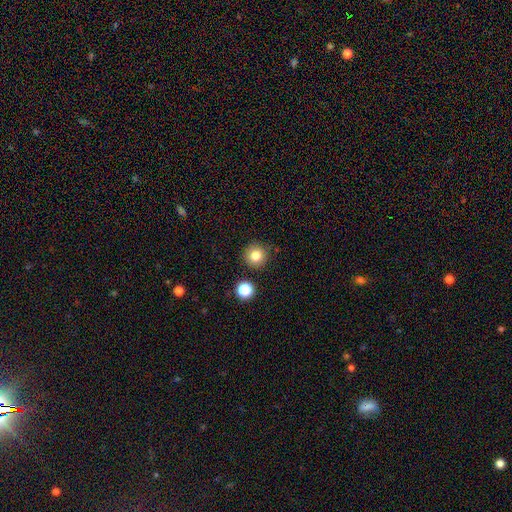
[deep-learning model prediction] The model was most divided on "smooth or featured": smooth: 82%, star or artifact: 11%, featured or disk: 7%. More confident: how rounded — round (95%); merging — none (88%).